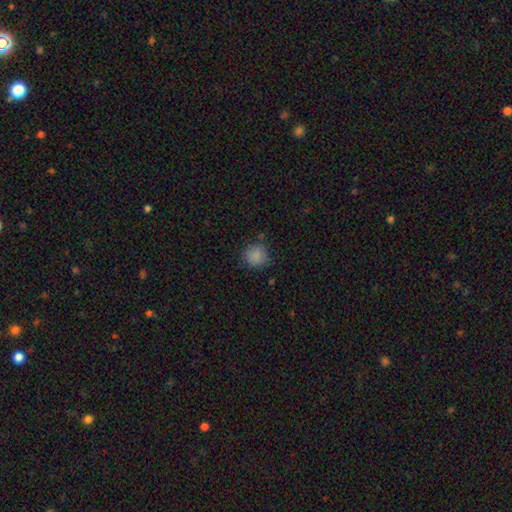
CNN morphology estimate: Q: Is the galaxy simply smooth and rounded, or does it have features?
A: smooth — 86%.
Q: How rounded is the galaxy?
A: round — 89%.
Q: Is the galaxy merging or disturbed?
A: none — 82%.